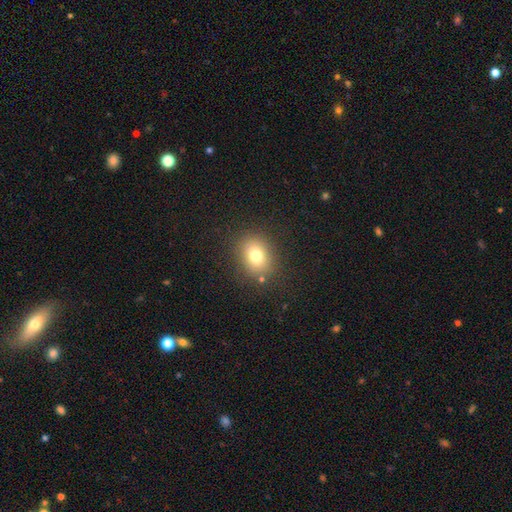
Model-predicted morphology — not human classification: Smooth or featured? smooth (76%)
How rounded? in between (50%)
Merging? none (83%)